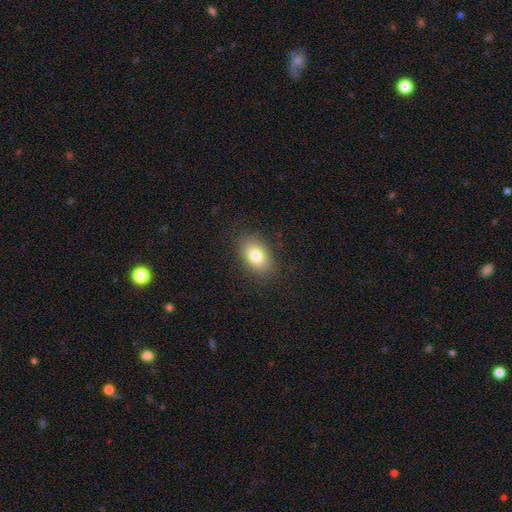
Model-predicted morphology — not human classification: This appears to be a smooth galaxy with no disk features (80%) that is in between round and cigar-shaped (83%). Merging: none (85%).